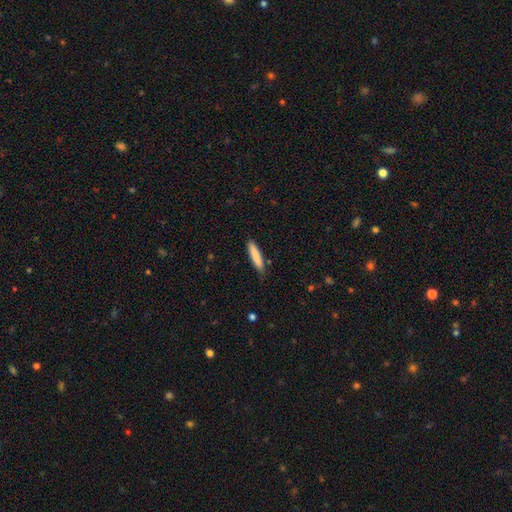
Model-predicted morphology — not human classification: Q: Smooth or featured?
A: smooth (83%); runner-up: featured or disk (11%)
Q: How rounded?
A: cigar-shaped (87%); runner-up: in between (11%)
Q: Merging?
A: none (84%); runner-up: minor disturbance (12%)